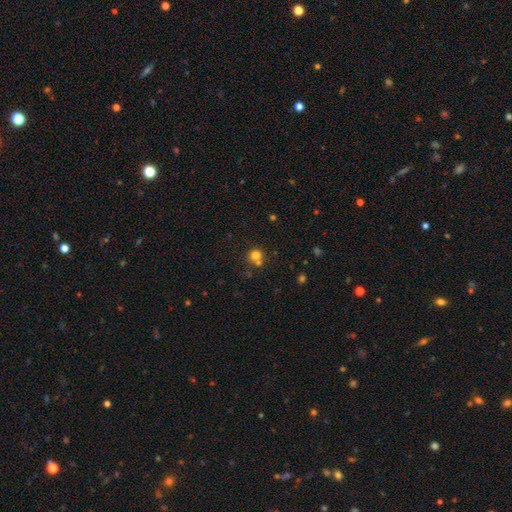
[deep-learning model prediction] Overall: smooth (75%). How rounded: round (88%). Merging: none (54%; merger 34%).